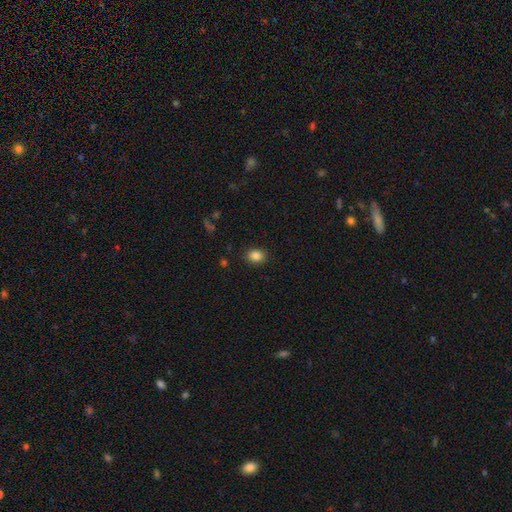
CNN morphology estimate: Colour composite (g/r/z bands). It shows a smooth galaxy with no disk features (86%) that is in between round and cigar-shaped (52%). Merging: none (87%).